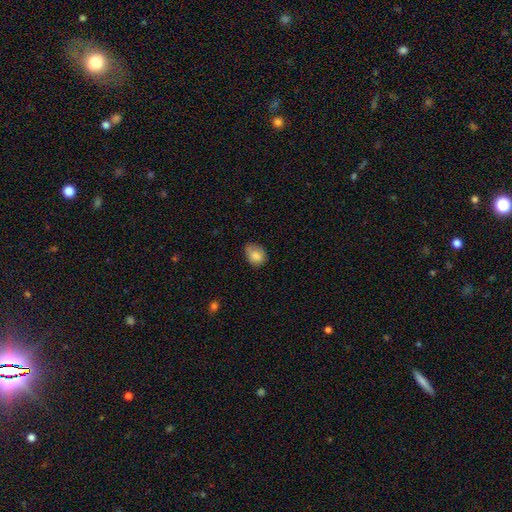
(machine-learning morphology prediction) A smooth galaxy with no disk features (82%) that is in between round and cigar-shaped (63%). Merging: none (59%).